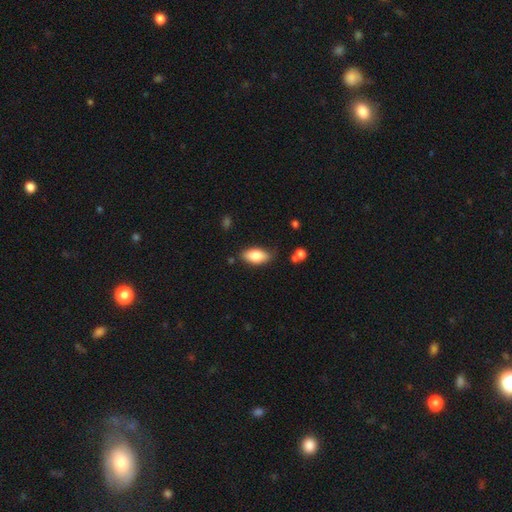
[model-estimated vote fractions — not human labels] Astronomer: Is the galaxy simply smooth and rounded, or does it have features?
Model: smooth — 82%.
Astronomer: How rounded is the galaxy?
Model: in between — 91%.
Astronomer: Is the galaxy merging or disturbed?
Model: none — 78%.